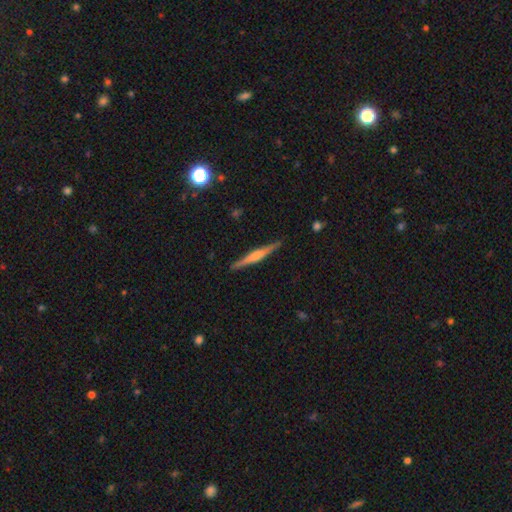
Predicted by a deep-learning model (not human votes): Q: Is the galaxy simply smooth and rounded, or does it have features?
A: featured or disk — 65%.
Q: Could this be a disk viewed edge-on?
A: yes — 98%.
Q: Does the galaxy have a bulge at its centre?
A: rounded — 60%.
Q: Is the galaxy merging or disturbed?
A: none — 90%.